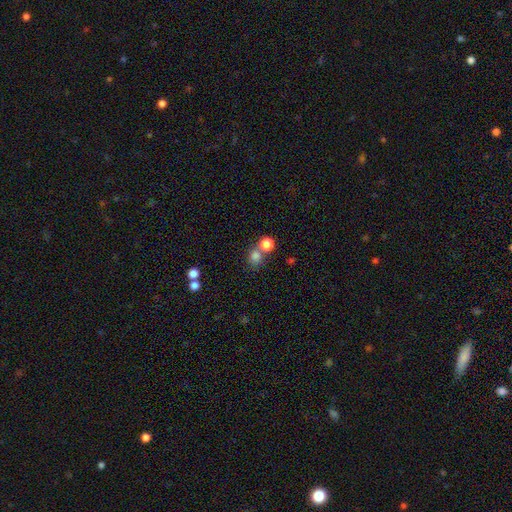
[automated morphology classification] This is likely a smooth galaxy (79%). How rounded: clearly round (81%). Merging: possibly none (52%).